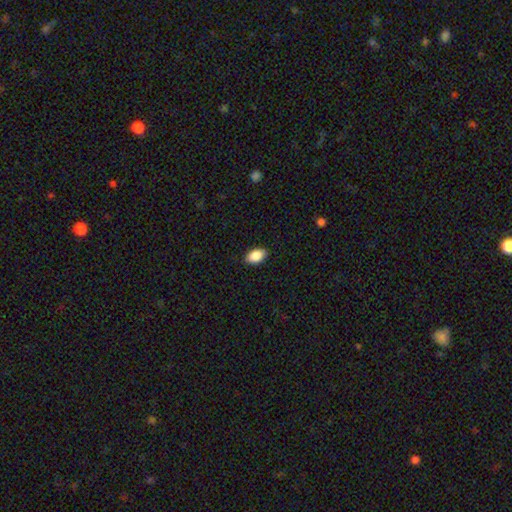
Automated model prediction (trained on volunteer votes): Morphology: type=smooth (89%); roundness=in between (92%); merging=none (88%).